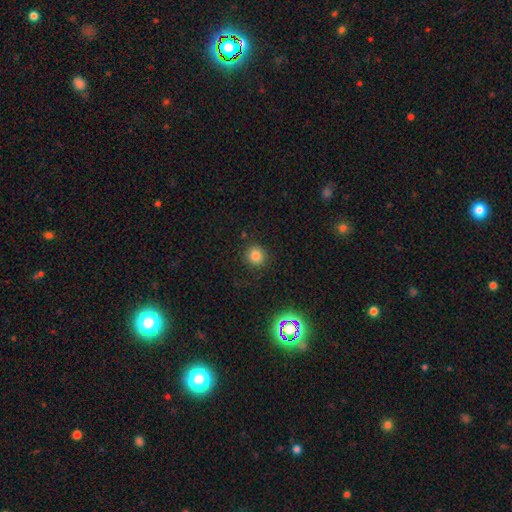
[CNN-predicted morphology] Smooth or featured?
  - smooth: 79% *
  - star or artifact: 15%
  - featured or disk: 6%
How rounded?
  - round: 90% *
  - in between: 9%
  - cigar-shaped: 1%
Merging?
  - none: 87% *
  - minor disturbance: 8%
  - major disturbance: 3%
  - merger: 2%